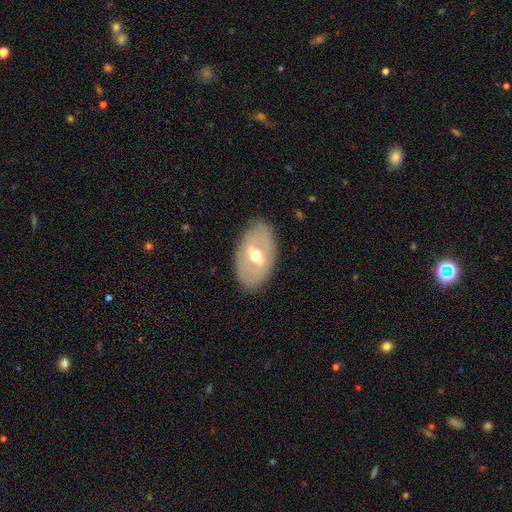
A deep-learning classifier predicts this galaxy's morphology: A featured or disk galaxy (57%). Merging: none (85%).